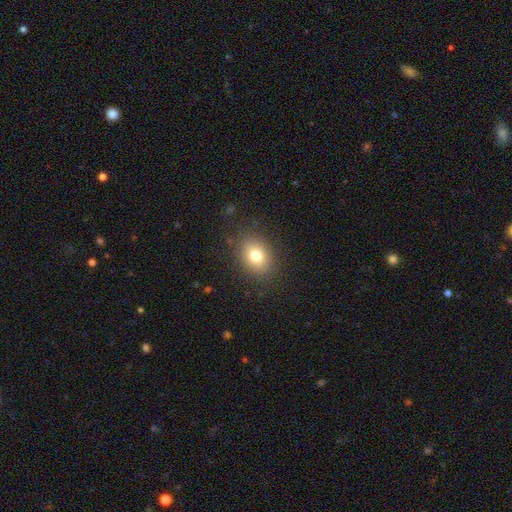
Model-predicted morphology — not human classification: smooth_or_featured: smooth (p=0.79) [alt: star or artifact p=0.11]
how_rounded: in between (p=0.65) [alt: round p=0.34]
merging: none (p=0.85) [alt: minor disturbance p=0.10]